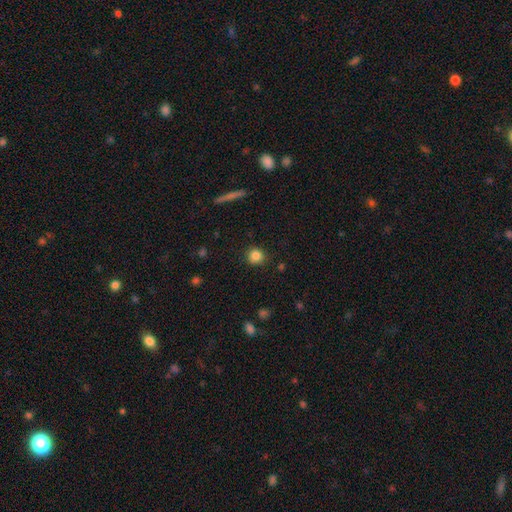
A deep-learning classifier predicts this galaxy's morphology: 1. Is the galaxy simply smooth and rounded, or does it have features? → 85% smooth, 10% star or artifact, 5% featured or disk.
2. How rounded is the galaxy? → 90% round, 9% in between, 1% cigar-shaped.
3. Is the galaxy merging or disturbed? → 88% none, 9% minor disturbance, 2% major disturbance, 1% merger.